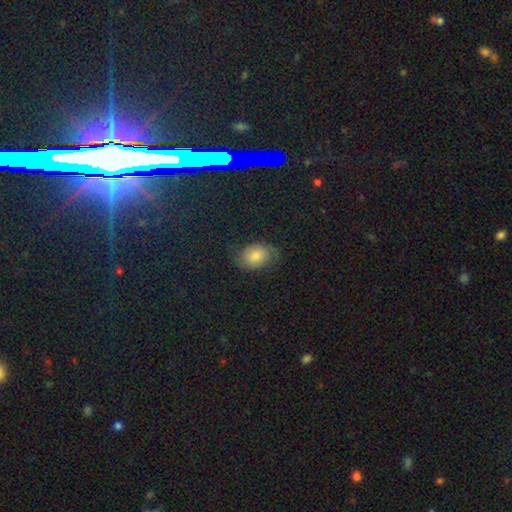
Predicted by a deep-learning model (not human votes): Overall: smooth (55%; featured or disk 28%). How rounded: in between (67%; round 31%). Merging: none (68%).